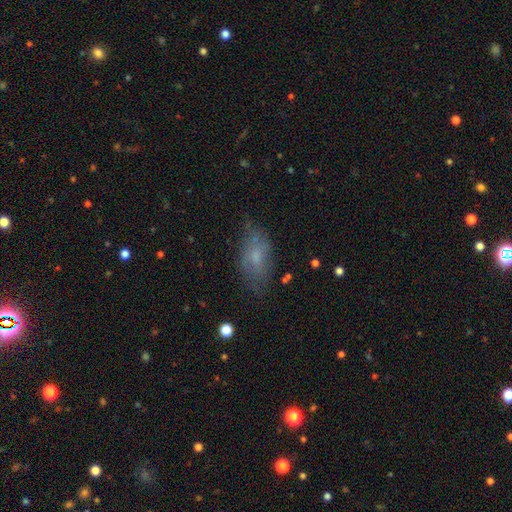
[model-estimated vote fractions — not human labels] Q: Smooth or featured?
A: smooth (59%); runner-up: featured or disk (31%)
Q: How rounded?
A: in between (87%); runner-up: cigar-shaped (7%)
Q: Merging?
A: none (60%); runner-up: minor disturbance (26%)